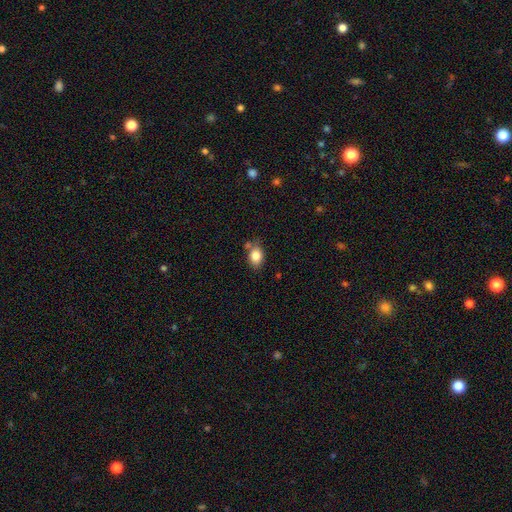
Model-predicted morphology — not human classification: smooth 83%, star or artifact 9%, featured or disk 8%. Down the decision tree: how rounded — in between (70%); merging — none (66%).